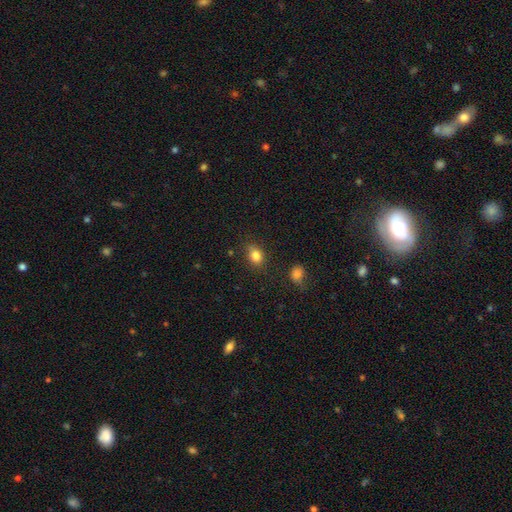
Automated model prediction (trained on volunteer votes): smooth_or_featured: smooth (p=0.84) [alt: star or artifact p=0.10]
how_rounded: in between (p=0.62) [alt: round p=0.36]
merging: none (p=0.75) [alt: minor disturbance p=0.18]